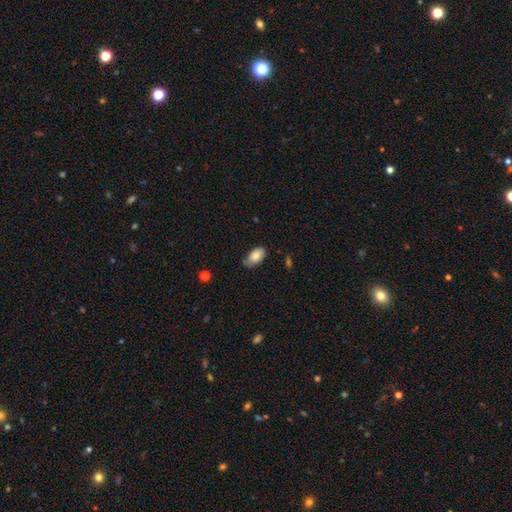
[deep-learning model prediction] A smooth galaxy with no disk features (79%) that is in between round and cigar-shaped (94%). Merging: none (64%).